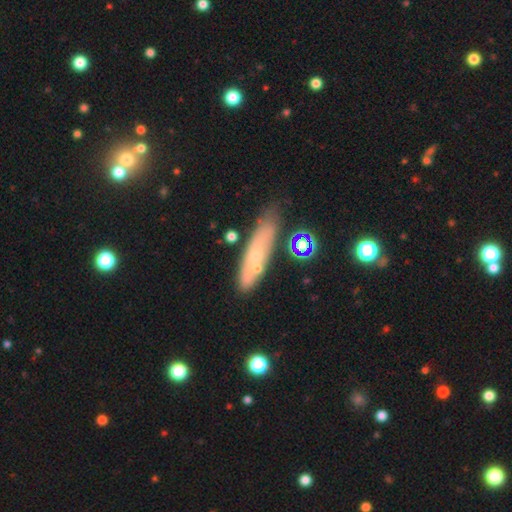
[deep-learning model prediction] Smooth or featured? Predicted: smooth (p=0.46). Merging? Predicted: none (p=0.64).